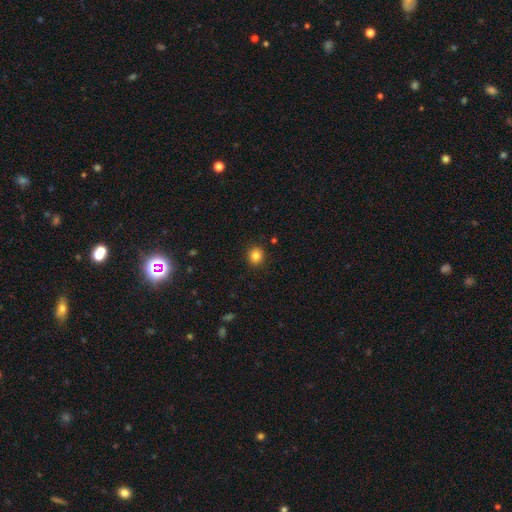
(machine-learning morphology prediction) Smooth or featured? Predicted: smooth (p=0.83). How rounded? Predicted: round (p=0.88). Merging? Predicted: none (p=0.92).